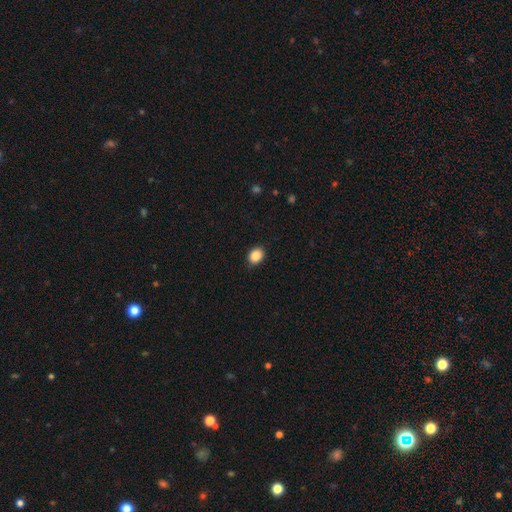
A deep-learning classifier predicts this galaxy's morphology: This is clearly a smooth galaxy (89%). How rounded: possibly in between (57%). Merging: clearly none (89%).